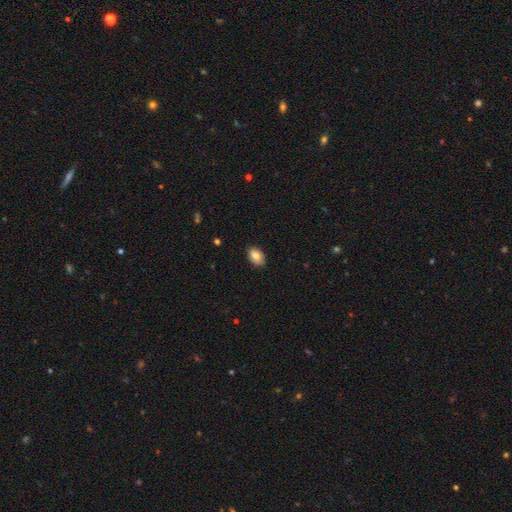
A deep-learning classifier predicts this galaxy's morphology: Smooth or featured? Predicted: smooth (p=0.81). How rounded? Predicted: in between (p=0.84). Merging? Predicted: none (p=0.85).